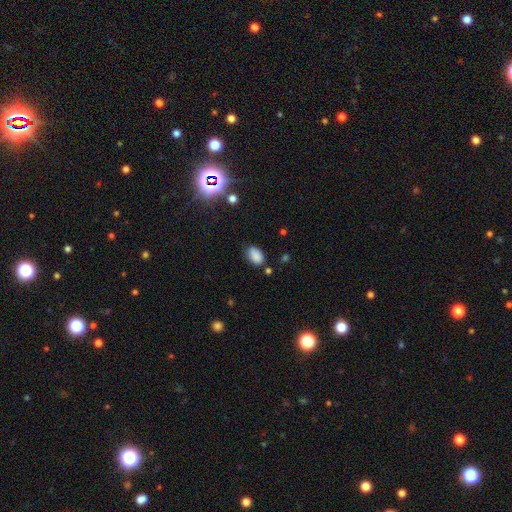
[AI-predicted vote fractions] smooth_or_featured: smooth (p=0.84) [alt: star or artifact p=0.11]
how_rounded: in between (p=0.89) [alt: round p=0.09]
merging: none (p=0.73) [alt: minor disturbance p=0.19]